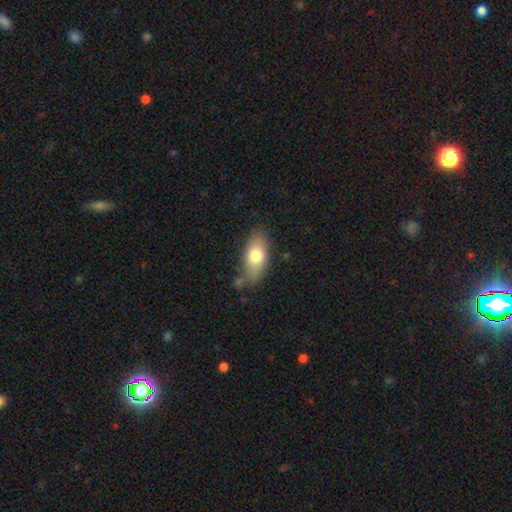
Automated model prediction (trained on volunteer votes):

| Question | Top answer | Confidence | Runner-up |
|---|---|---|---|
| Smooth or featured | smooth | 75% | featured or disk (19%) |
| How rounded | in between | 87% | cigar-shaped (9%) |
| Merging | none | 72% | minor disturbance (18%) |